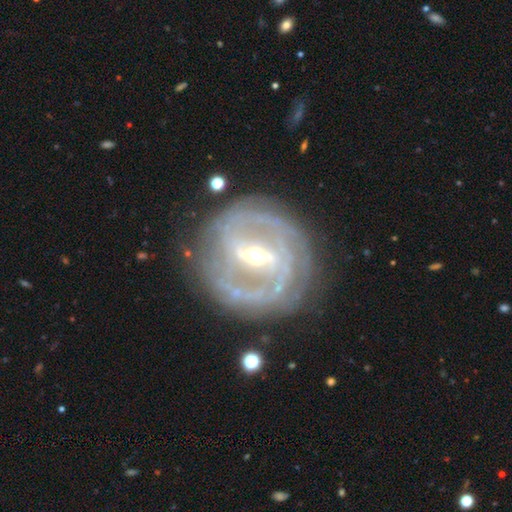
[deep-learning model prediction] smooth-or-featured: featured or disk: 90% | smooth: 5% | star or artifact: 5%
  disk-edge-on: no: 96% | yes: 4%
    bar: strong: 59% | weak: 32% | no: 8%
    has-spiral-arms: yes: 94% | no: 6%
      spiral-winding: tight: 67% | medium: 26% | loose: 6%
      spiral-arm-count: 2: 42% | can't tell: 22% | 3: 18% | 4: 8% | more than 4: 5% | 1: 5%
    bulge-size: moderate: 58% | small: 37% | large: 4% | none: 1% | dominant: 1%
  merging: none: 79% | minor disturbance: 14% | major disturbance: 6% | merger: 2%